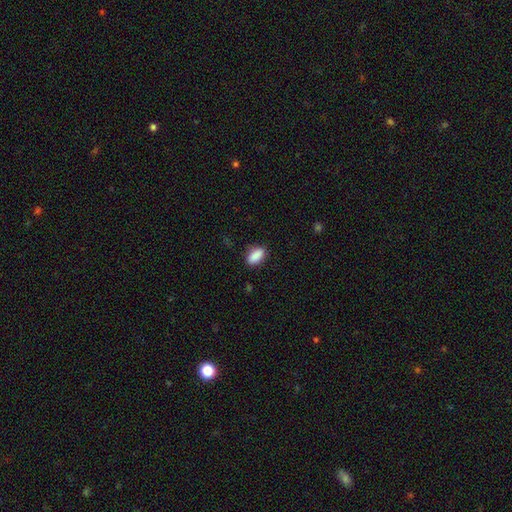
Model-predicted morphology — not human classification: This is clearly a smooth galaxy (88%). How rounded: clearly in between (86%). Merging: clearly none (84%).